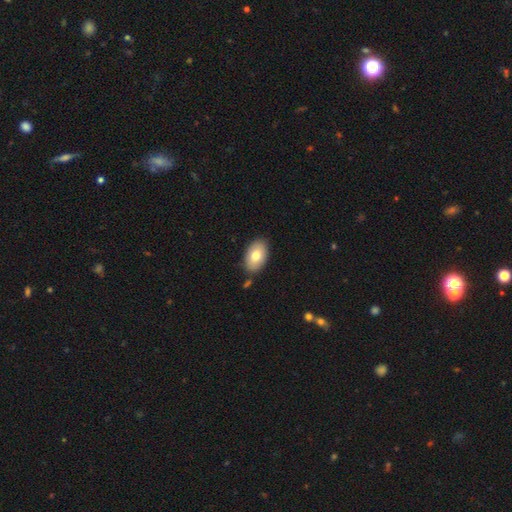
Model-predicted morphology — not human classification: Smooth or featured? Predicted: smooth (p=0.77). How rounded? Predicted: in between (p=0.91). Merging? Predicted: none (p=0.83).